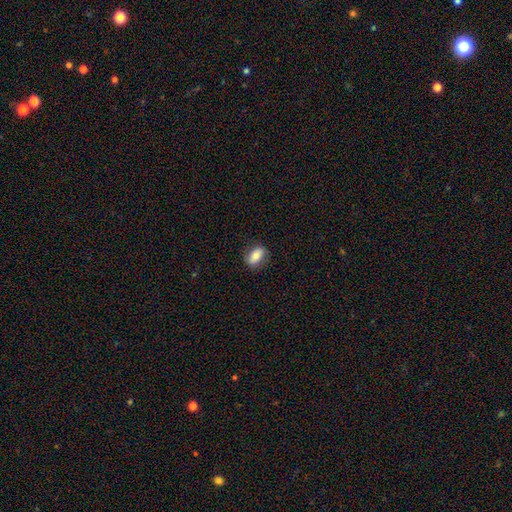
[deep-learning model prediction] smooth 73%, featured or disk 20%, star or artifact 7%. Down the decision tree: how rounded — in between (83%); merging — none (81%).